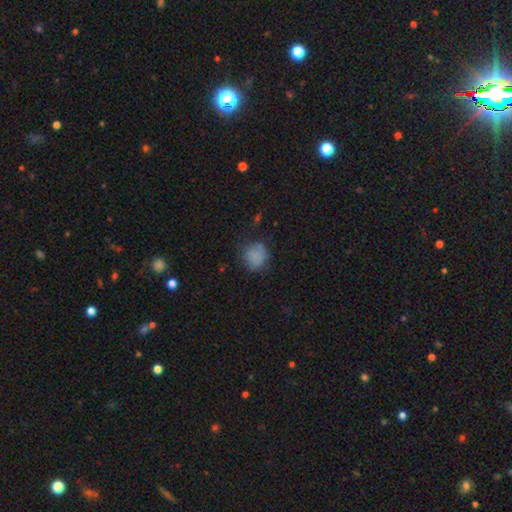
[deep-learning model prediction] A smooth galaxy with no disk features (79%) that is round (81%). Merging: none (65%).